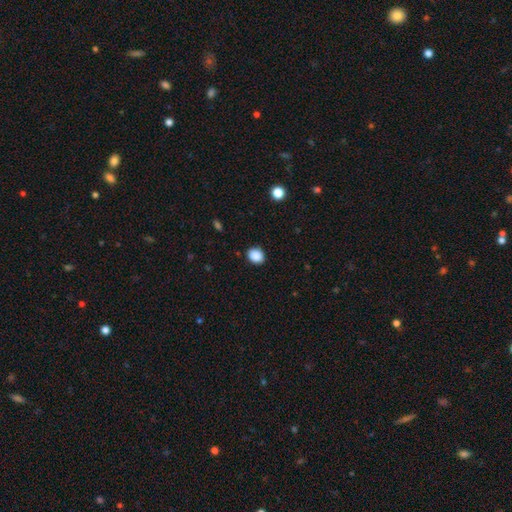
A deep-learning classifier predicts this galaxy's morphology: Smooth or featured? Predicted: smooth (p=0.89). How rounded? Predicted: round (p=0.54). Merging? Predicted: none (p=0.88).